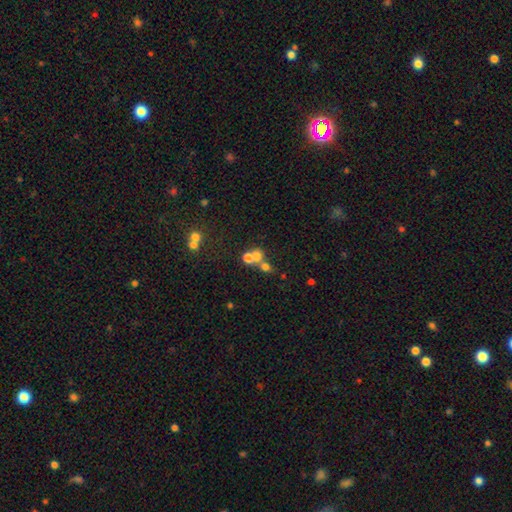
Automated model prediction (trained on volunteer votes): smooth-or-featured: smooth: 56% | star or artifact: 25% | featured or disk: 20%
  how-rounded: round: 79% | in between: 19% | cigar-shaped: 1%
  merging: merger: 48% | none: 40% | minor disturbance: 7% | major disturbance: 5%